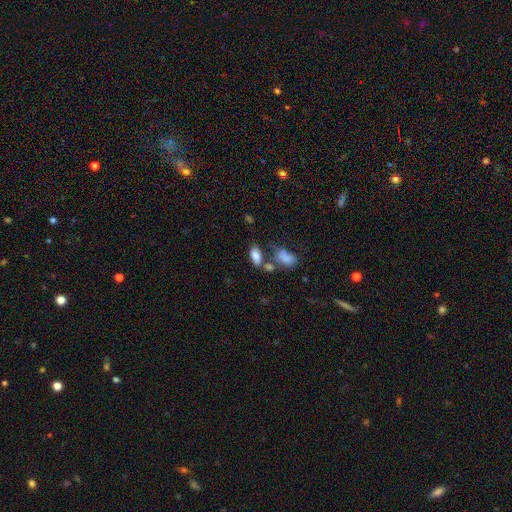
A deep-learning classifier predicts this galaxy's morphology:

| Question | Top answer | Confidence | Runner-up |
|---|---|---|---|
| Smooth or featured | smooth | 81% | featured or disk (10%) |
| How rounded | in between | 91% | round (5%) |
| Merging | none | 53% | merger (26%) |